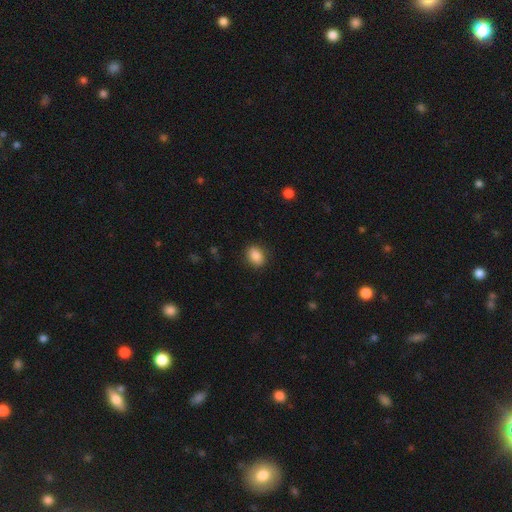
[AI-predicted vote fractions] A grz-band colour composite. It shows a smooth galaxy with no disk features (87%) that is in between round and cigar-shaped (62%). Merging: none (87%).